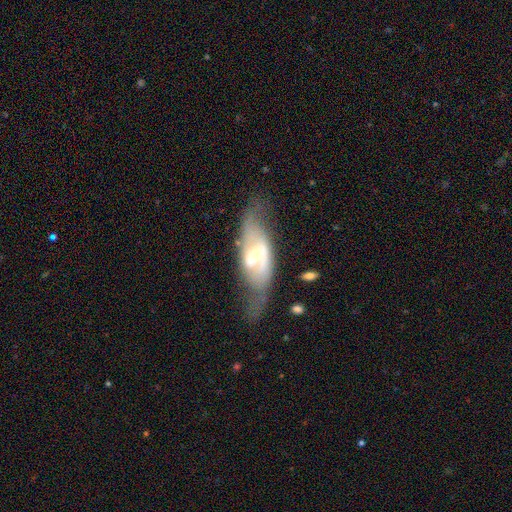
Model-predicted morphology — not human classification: Q: Smooth or featured?
A: featured or disk (73%); runner-up: smooth (20%)
Q: Edge-on disk?
A: no (77%); runner-up: yes (23%)
Q: Bar?
A: strong (42%); runner-up: weak (38%)
Q: Spiral arms?
A: yes (69%); runner-up: no (31%)
Q: Bulge size?
A: moderate (36%); runner-up: small (34%)
Q: Merging?
A: none (50%); runner-up: minor disturbance (25%)